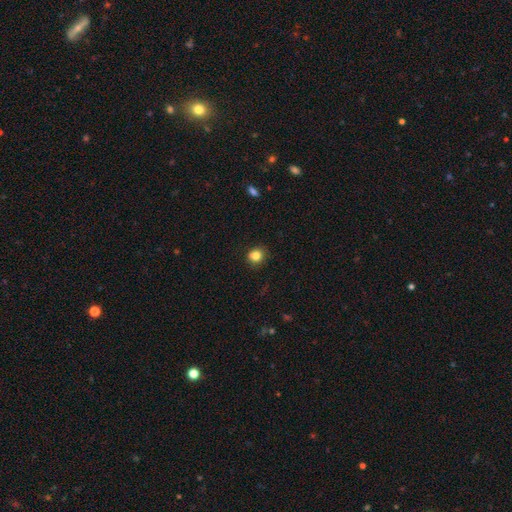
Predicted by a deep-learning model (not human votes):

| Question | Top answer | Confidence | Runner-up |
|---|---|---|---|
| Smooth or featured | smooth | 83% | star or artifact (11%) |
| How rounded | round | 77% | in between (22%) |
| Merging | none | 79% | minor disturbance (15%) |